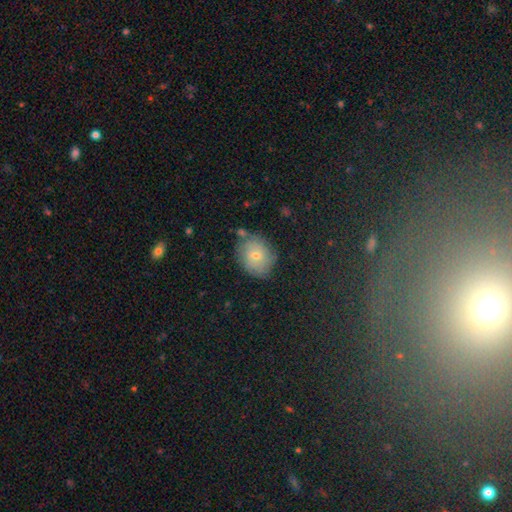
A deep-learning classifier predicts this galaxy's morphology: Smooth or featured? Predicted: smooth (p=0.62). How rounded? Predicted: round (p=0.63). Merging? Predicted: none (p=0.75).